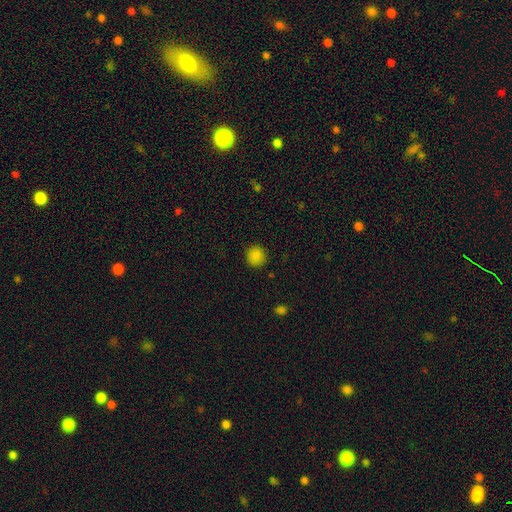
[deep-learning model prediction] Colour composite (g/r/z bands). It shows a smooth galaxy with no disk features (85%) that is round (92%). Merging: none (89%).